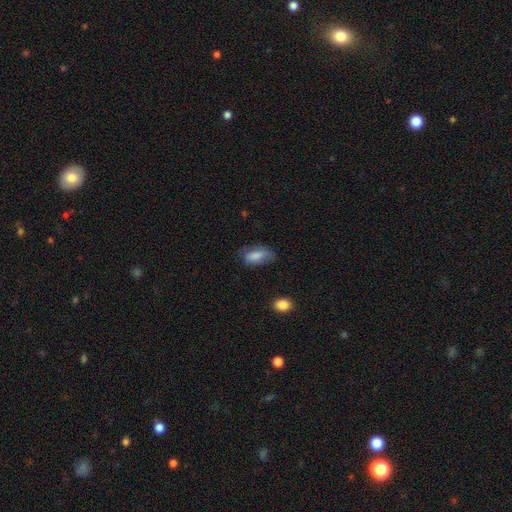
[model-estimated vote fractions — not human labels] Q: Smooth or featured?
A: smooth (81%); runner-up: featured or disk (11%)
Q: How rounded?
A: in between (90%); runner-up: cigar-shaped (5%)
Q: Merging?
A: none (54%); runner-up: minor disturbance (31%)